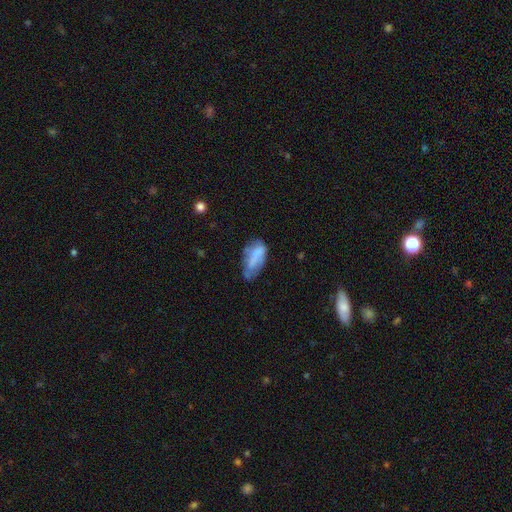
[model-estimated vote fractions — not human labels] This appears to be a smooth galaxy with no disk features (62%) that is in between round and cigar-shaped (82%). Merging: none (39%).